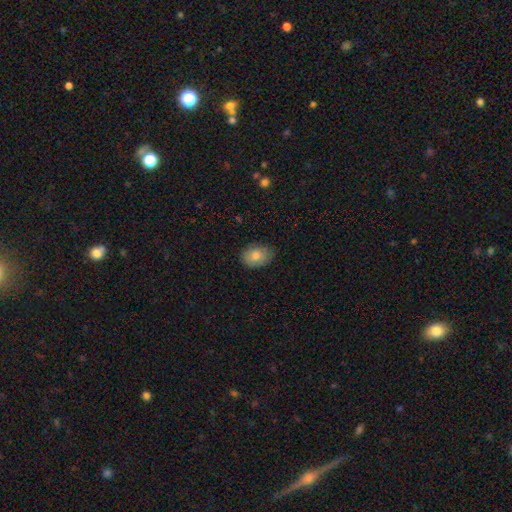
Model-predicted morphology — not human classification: Q: Smooth or featured?
A: smooth (80%); runner-up: featured or disk (12%)
Q: How rounded?
A: in between (74%); runner-up: round (25%)
Q: Merging?
A: none (81%); runner-up: minor disturbance (16%)